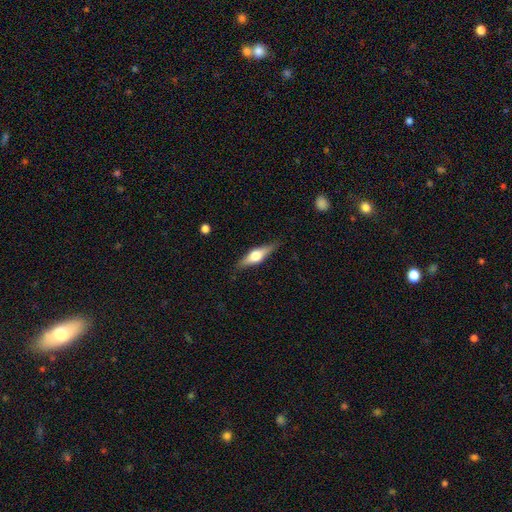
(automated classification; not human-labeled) A featured or disk galaxy (59%) viewed edge-on (95%) with a rounded central bulge (93%). Merging: none (86%).